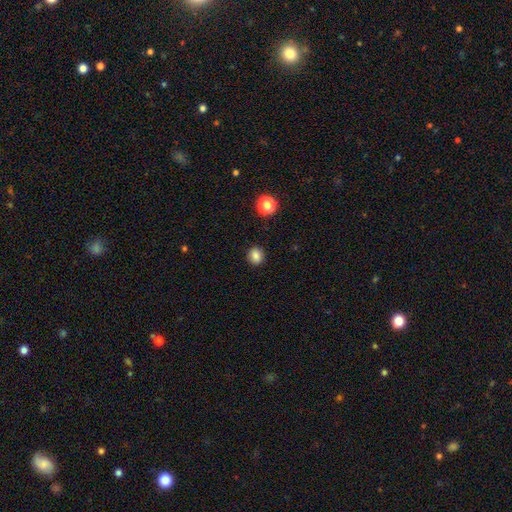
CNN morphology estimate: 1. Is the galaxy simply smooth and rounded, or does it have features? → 84% smooth, 11% star or artifact, 4% featured or disk.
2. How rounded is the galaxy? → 75% round, 24% in between, 1% cigar-shaped.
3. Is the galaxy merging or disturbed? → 90% none, 7% minor disturbance, 2% major disturbance, 1% merger.